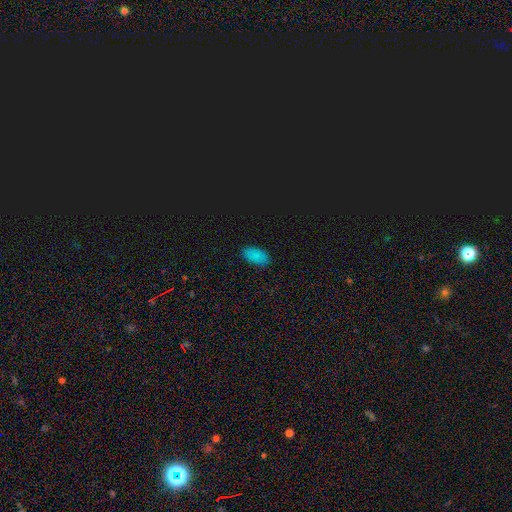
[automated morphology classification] This appears to be a smooth galaxy with no disk features (82%) that is in between round and cigar-shaped (94%). Merging: none (87%).